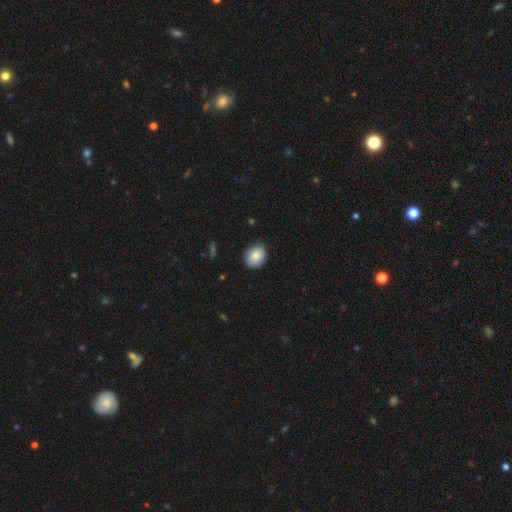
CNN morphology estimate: This is clearly a smooth galaxy (81%). How rounded: possibly round (51%). Merging: likely none (69%).